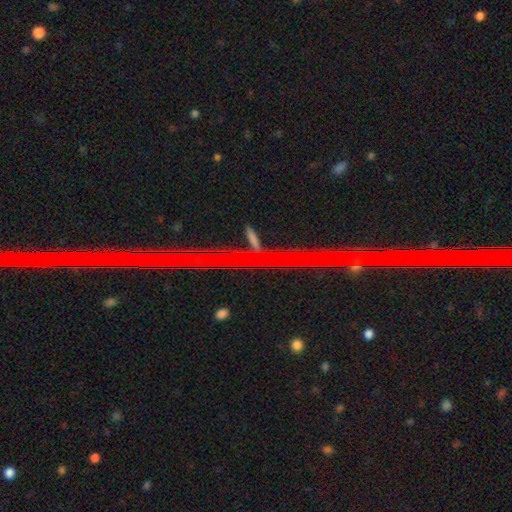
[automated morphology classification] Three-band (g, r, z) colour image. It shows a star or artifact, not a galaxy (77%).